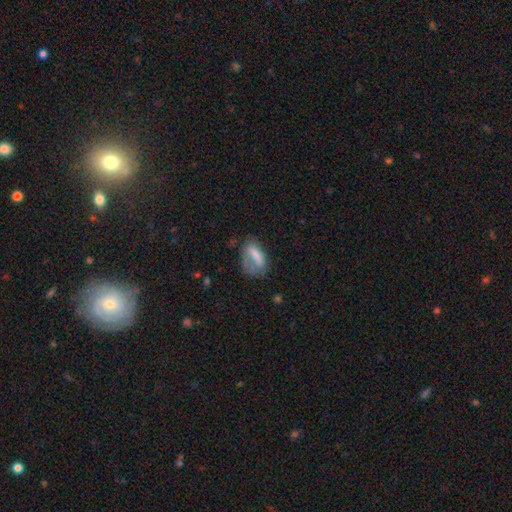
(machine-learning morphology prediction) A smooth galaxy with no disk features (66%) that is in between round and cigar-shaped (73%).

Vote fractions:
- Smooth or featured? smooth: 66% / featured or disk: 25% / star or artifact: 9%
- How rounded? in between: 73% / cigar-shaped: 21% / round: 5%
- Merging? none: 38% / major disturbance: 31% / minor disturbance: 28% / merger: 3%